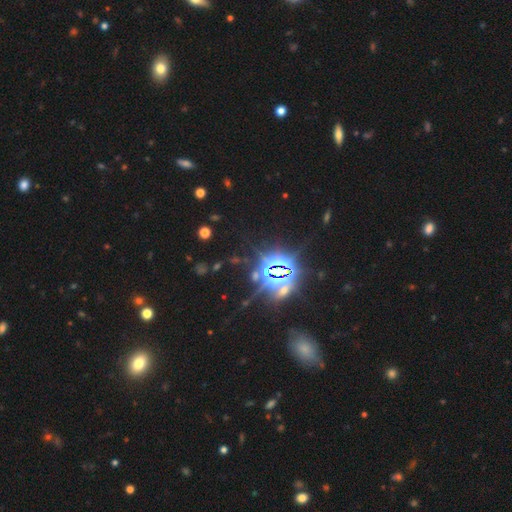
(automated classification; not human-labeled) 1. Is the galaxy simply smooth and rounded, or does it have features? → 82% star or artifact, 10% smooth, 8% featured or disk.